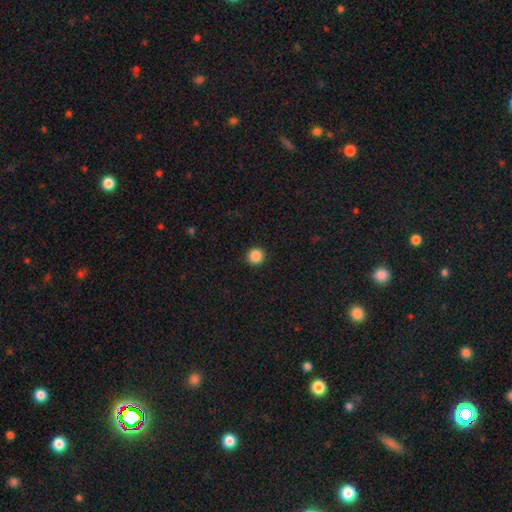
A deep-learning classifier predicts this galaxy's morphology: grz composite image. It shows a smooth galaxy with no disk features (87%) that is round (94%). Merging: none (92%).